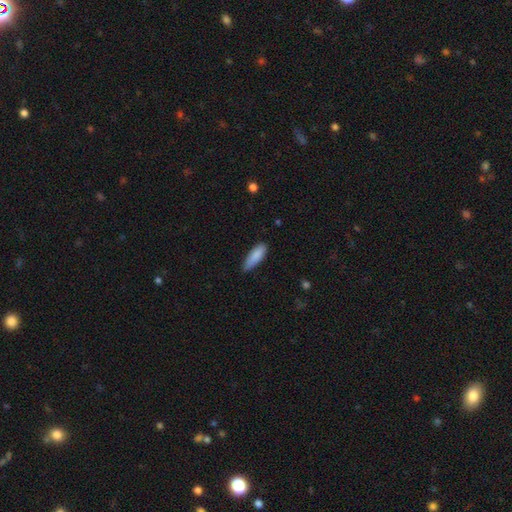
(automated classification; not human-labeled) A smooth galaxy with no disk features (87%) that is in between round and cigar-shaped (58%).

Vote fractions:
- Smooth or featured? smooth: 87% / featured or disk: 7% / star or artifact: 6%
- How rounded? in between: 58% / cigar-shaped: 40% / round: 2%
- Merging? none: 66% / minor disturbance: 29% / major disturbance: 4% / merger: 1%